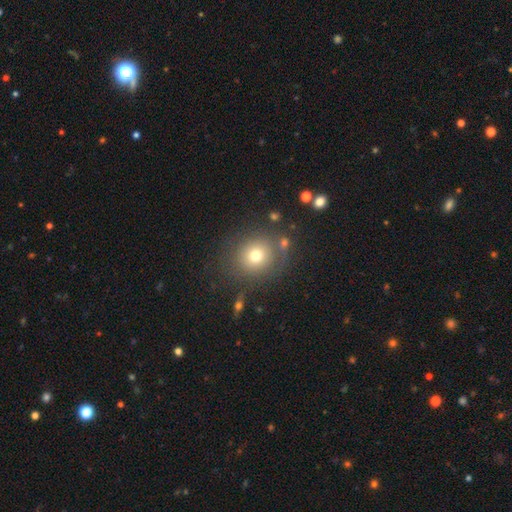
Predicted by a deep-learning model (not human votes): smooth_or_featured: smooth (p=0.72) [alt: star or artifact p=0.14]
how_rounded: round (p=0.81) [alt: in between p=0.18]
merging: none (p=0.76) [alt: minor disturbance p=0.12]